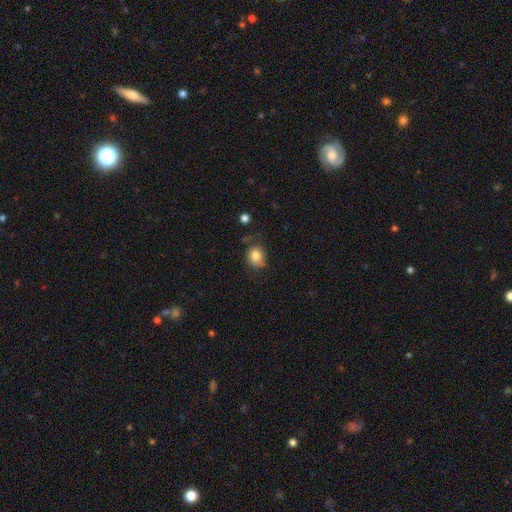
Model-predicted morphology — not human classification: Smooth or featured? smooth (81%)
How rounded? round (68%)
Merging? none (62%)